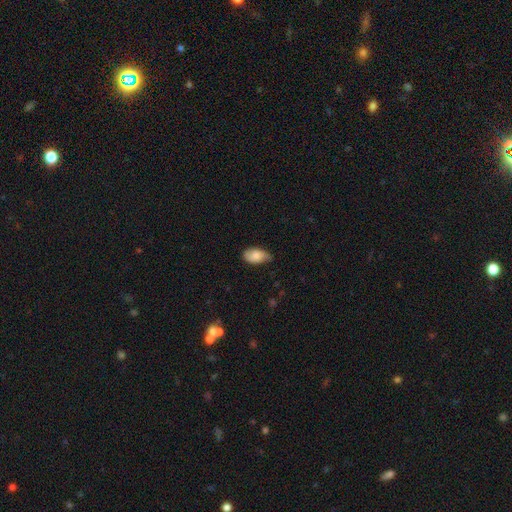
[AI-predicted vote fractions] Morphology: type=smooth (65%); roundness=in between (92%); merging=none (60%).